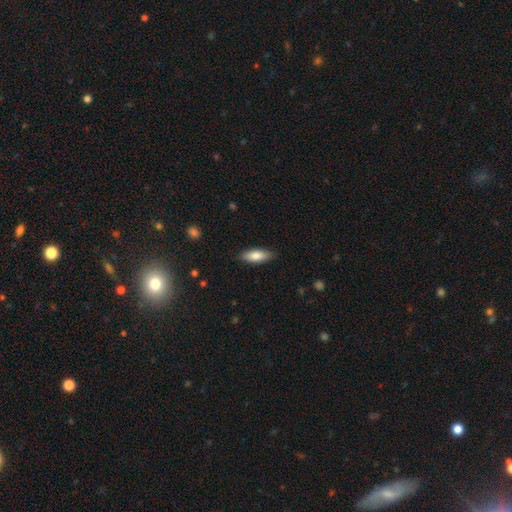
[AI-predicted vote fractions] smooth_or_featured: smooth (p=0.79) [alt: featured or disk p=0.15]
how_rounded: in between (p=0.68) [alt: cigar-shaped p=0.30]
merging: none (p=0.87) [alt: minor disturbance p=0.10]